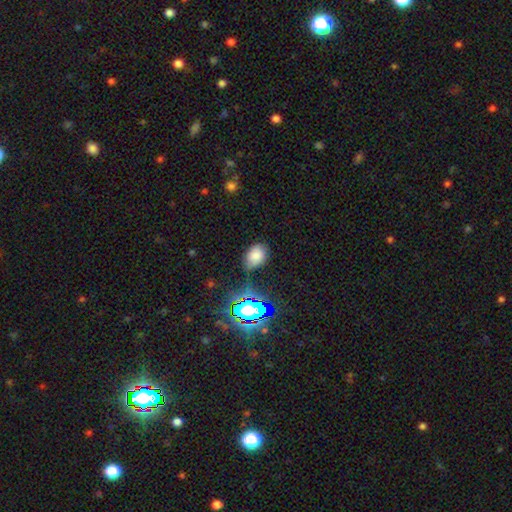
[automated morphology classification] smooth 73%, star or artifact 18%, featured or disk 9%. Down the decision tree: how rounded — in between (79%); merging — none (63%).